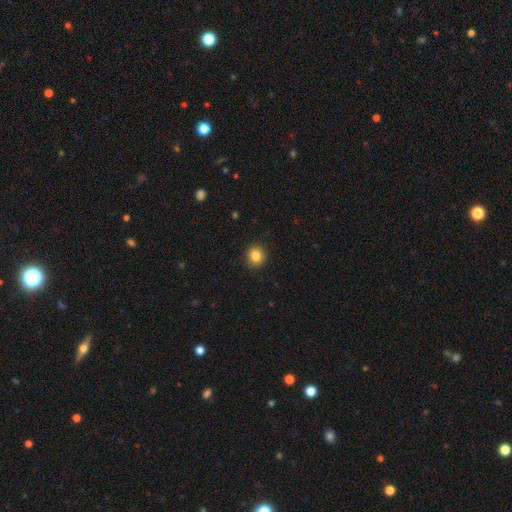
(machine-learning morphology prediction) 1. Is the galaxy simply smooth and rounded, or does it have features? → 85% smooth, 10% star or artifact, 5% featured or disk.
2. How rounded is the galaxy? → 88% round, 11% in between, 1% cigar-shaped.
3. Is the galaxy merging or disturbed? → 92% none, 6% minor disturbance, 2% major disturbance, 1% merger.